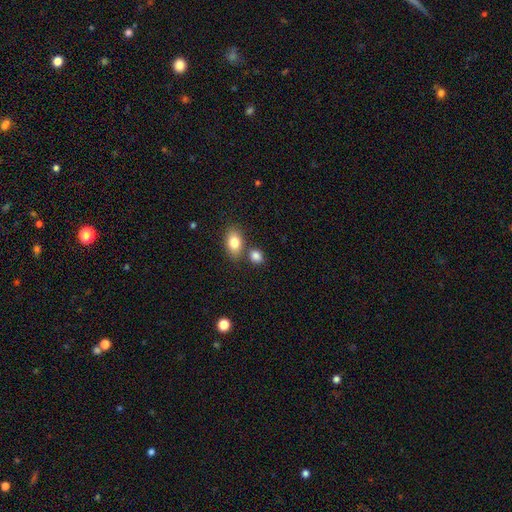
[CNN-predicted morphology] Smooth or featured?
  - smooth: 83% *
  - star or artifact: 10%
  - featured or disk: 7%
How rounded?
  - in between: 58% *
  - round: 40%
  - cigar-shaped: 2%
Merging?
  - none: 63% *
  - merger: 22%
  - minor disturbance: 12%
  - major disturbance: 4%